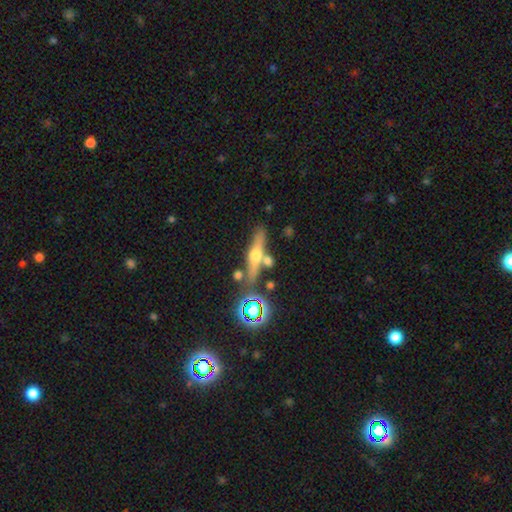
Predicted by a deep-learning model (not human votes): Q: Smooth or featured?
A: featured or disk (58%); runner-up: smooth (29%)
Q: Edge-on disk?
A: yes (91%); runner-up: no (9%)
Q: Edge-on bulge?
A: rounded (93%); runner-up: boxy (4%)
Q: Merging?
A: none (70%); runner-up: merger (15%)